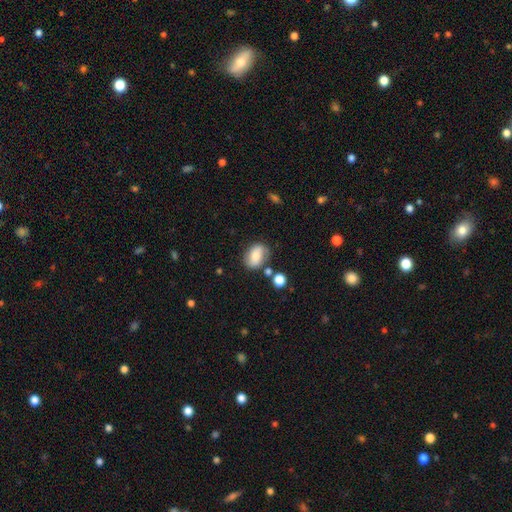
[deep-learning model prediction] A smooth galaxy with no disk features (60%) that is in between round and cigar-shaped (68%). Merging: none (67%).